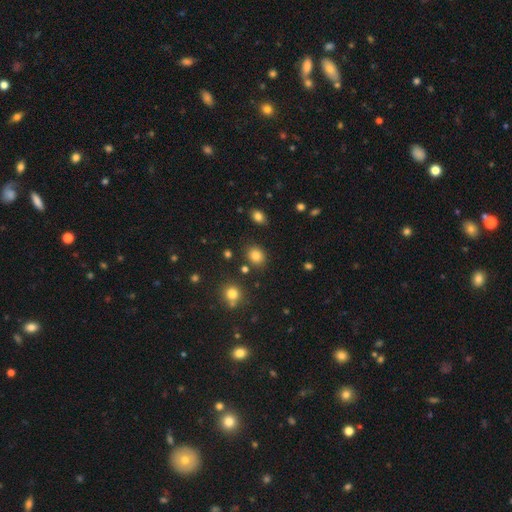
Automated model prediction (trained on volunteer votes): smooth_or_featured: smooth (p=0.82) [alt: star or artifact p=0.12]
how_rounded: round (p=0.70) [alt: in between p=0.29]
merging: none (p=0.85) [alt: minor disturbance p=0.09]